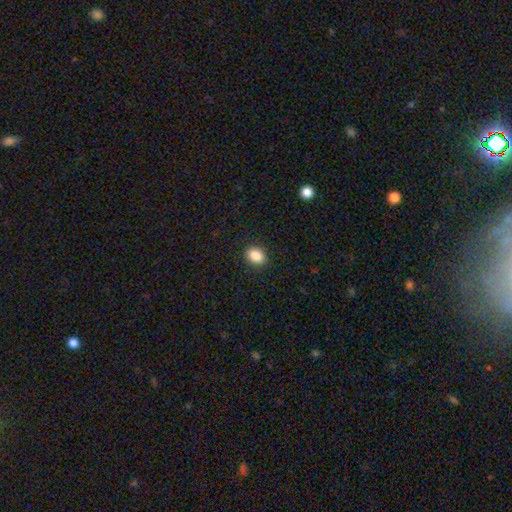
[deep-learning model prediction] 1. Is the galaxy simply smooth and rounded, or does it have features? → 88% smooth, 9% star or artifact, 3% featured or disk.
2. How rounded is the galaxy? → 62% in between, 37% round, 1% cigar-shaped.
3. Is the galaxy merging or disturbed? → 90% none, 7% minor disturbance, 2% major disturbance, 1% merger.